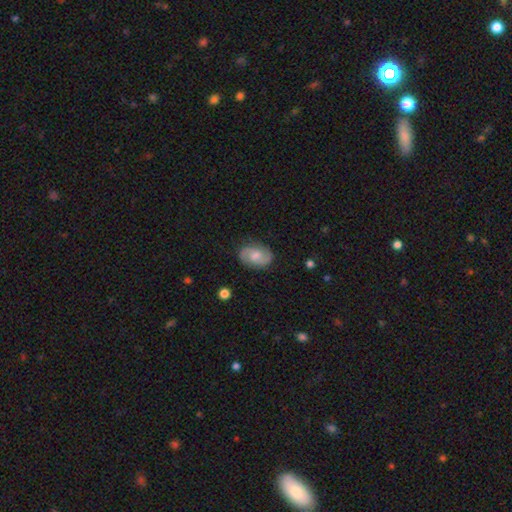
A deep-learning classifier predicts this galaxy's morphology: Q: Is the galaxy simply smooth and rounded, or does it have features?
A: featured or disk — 77%.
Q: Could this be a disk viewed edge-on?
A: no — 98%.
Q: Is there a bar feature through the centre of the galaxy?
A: weak — 51%.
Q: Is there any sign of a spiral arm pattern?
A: yes — 96%.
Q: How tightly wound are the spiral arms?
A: medium — 53%.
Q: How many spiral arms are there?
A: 2 — 92%.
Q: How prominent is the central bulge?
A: moderate — 43%.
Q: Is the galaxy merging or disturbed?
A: none — 84%.